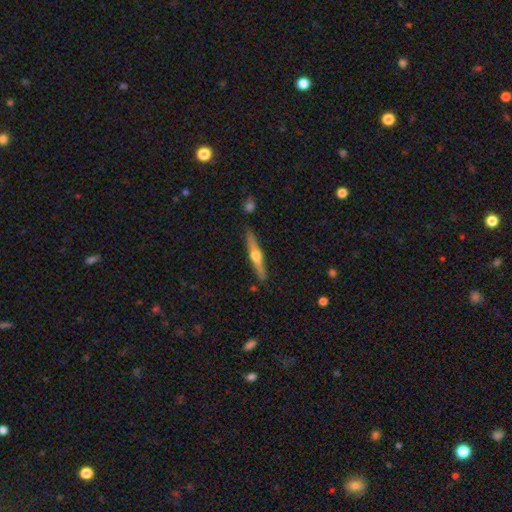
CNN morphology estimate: type=featured or disk (64%); edge-on=yes (96%); edge-on bulge=rounded (94%); merging=none (87%).